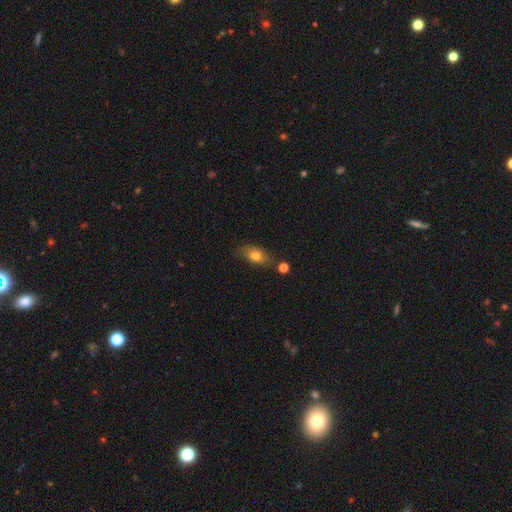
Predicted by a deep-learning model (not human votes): Smooth or featured? smooth (73%)
How rounded? in between (82%)
Merging? none (64%)